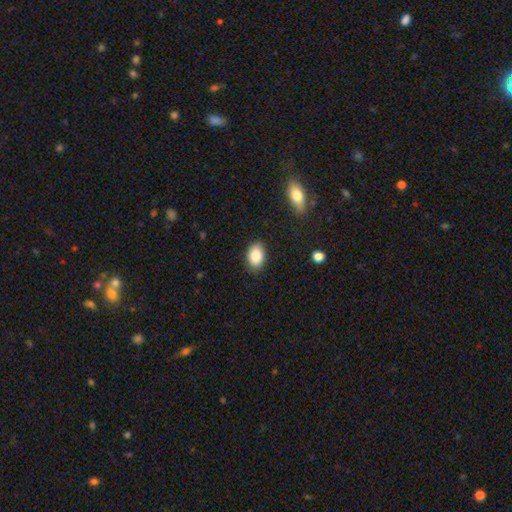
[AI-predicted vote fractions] A smooth galaxy with no disk features (87%) that is in between round and cigar-shaped (85%).

Vote fractions:
- Smooth or featured? smooth: 87% / star or artifact: 8% / featured or disk: 6%
- How rounded? in between: 85% / round: 14% / cigar-shaped: 1%
- Merging? none: 86% / minor disturbance: 10% / major disturbance: 2% / merger: 1%